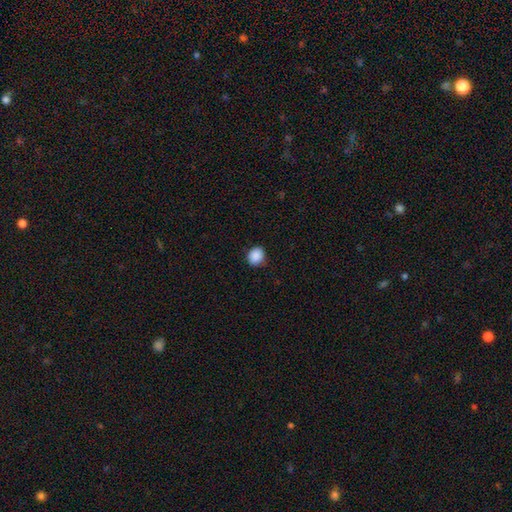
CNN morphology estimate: smooth-or-featured: smooth: 89% | star or artifact: 8% | featured or disk: 2%
  how-rounded: round: 75% | in between: 24% | cigar-shaped: 1%
  merging: none: 88% | minor disturbance: 9% | major disturbance: 2% | merger: 1%